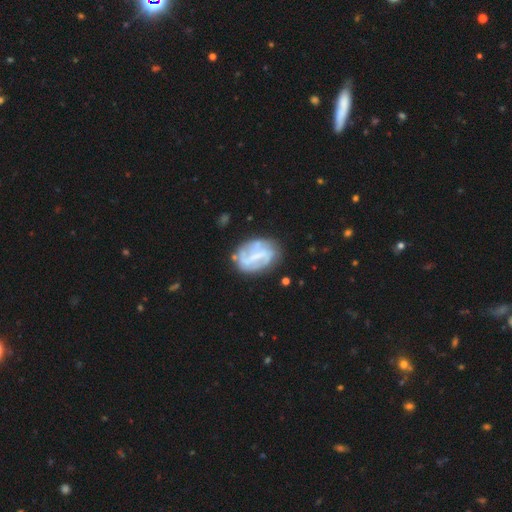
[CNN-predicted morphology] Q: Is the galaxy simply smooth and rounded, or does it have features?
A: featured or disk — 70%.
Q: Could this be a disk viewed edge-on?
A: no — 97%.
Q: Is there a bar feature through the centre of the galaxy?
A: strong — 50%.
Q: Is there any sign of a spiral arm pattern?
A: yes — 63%.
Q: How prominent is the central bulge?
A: none — 48%.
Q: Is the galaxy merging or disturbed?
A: none — 64%.